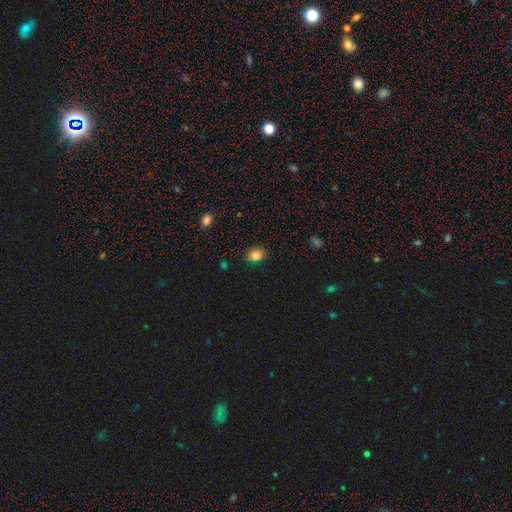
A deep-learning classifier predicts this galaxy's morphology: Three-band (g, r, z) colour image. It shows a smooth galaxy with no disk features (82%) that is round (53%). Merging: none (84%).